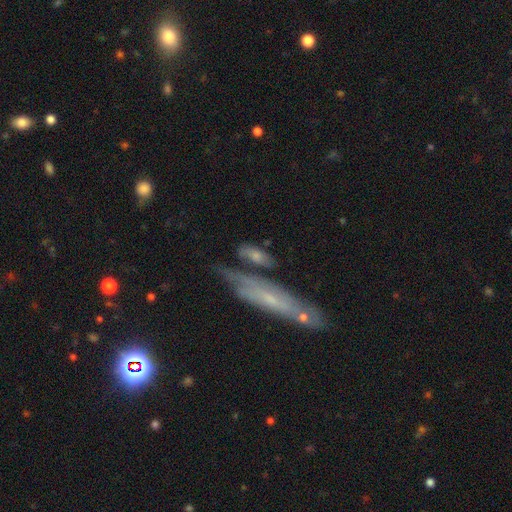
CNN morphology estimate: Smooth or featured: smooth — 60% (featured or disk — 33%)
How rounded: in between — 56% (cigar-shaped — 39%)
Merging: none — 48% (minor disturbance — 23%)